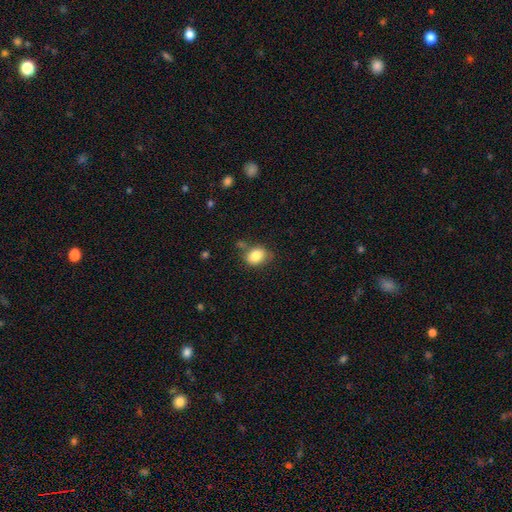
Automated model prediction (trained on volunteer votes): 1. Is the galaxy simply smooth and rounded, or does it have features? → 84% smooth, 9% star or artifact, 7% featured or disk.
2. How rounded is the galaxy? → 62% in between, 37% round, 1% cigar-shaped.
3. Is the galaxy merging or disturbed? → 65% none, 21% minor disturbance, 8% merger, 6% major disturbance.